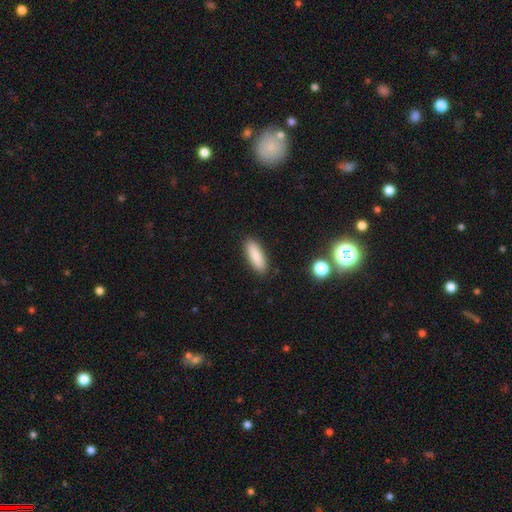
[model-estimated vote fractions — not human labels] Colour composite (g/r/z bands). It shows a smooth galaxy with no disk features (87%) that is in between round and cigar-shaped (55%). Merging: none (89%).